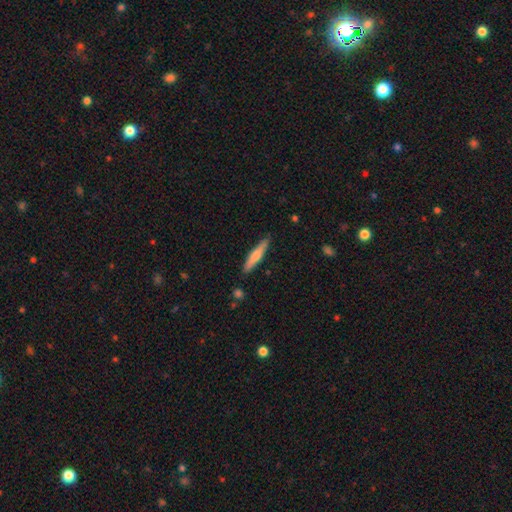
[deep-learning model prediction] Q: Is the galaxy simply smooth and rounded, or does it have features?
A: smooth — 60%.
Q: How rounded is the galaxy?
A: cigar-shaped — 90%.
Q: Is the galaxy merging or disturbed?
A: none — 87%.